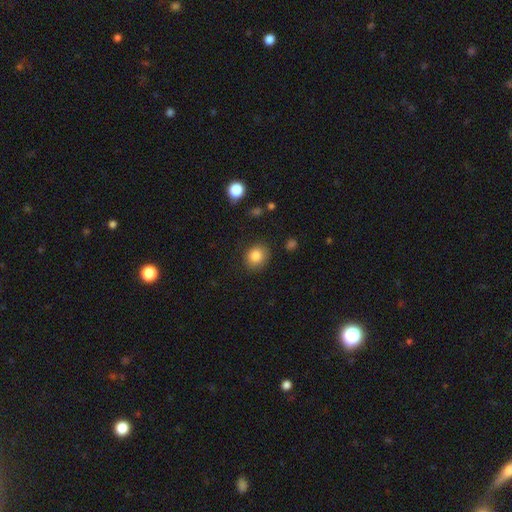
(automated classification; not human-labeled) Smooth or featured?
  - smooth: 84% *
  - star or artifact: 10%
  - featured or disk: 6%
How rounded?
  - round: 71% *
  - in between: 29%
  - cigar-shaped: 1%
Merging?
  - none: 84% *
  - minor disturbance: 11%
  - major disturbance: 3%
  - merger: 1%